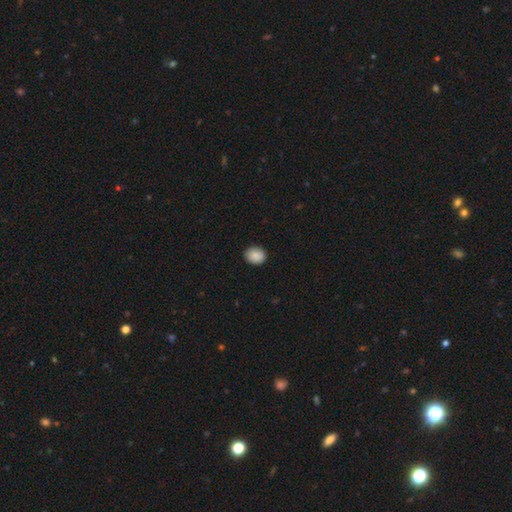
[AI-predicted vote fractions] Smooth or featured: smooth — 88% (star or artifact — 8%)
How rounded: round — 59% (in between — 40%)
Merging: none — 87% (minor disturbance — 10%)